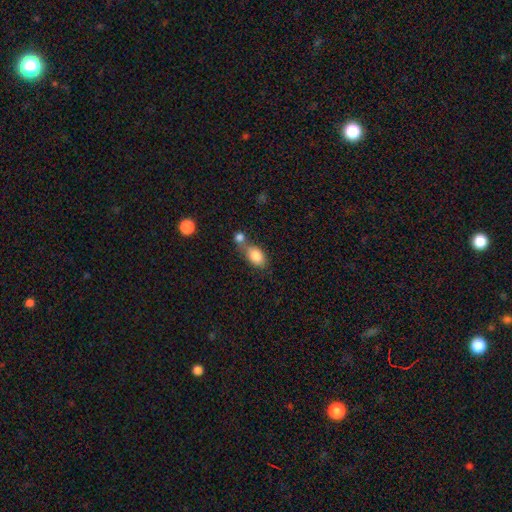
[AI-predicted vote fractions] Smooth or featured: smooth — 85% (star or artifact — 8%)
How rounded: in between — 86% (round — 11%)
Merging: merger — 41% (none — 39%)